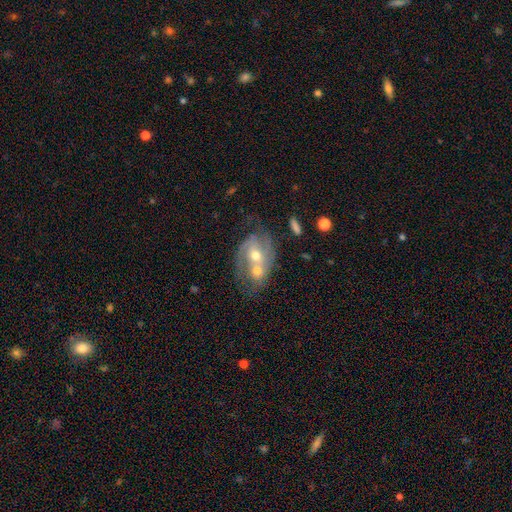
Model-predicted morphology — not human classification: Smooth or featured?
  - featured or disk: 74% *
  - smooth: 19%
  - star or artifact: 7%
Edge-on disk?
  - no: 96% *
  - yes: 4%
Bar?
  - no: 52% *
  - weak: 33%
  - strong: 14%
Spiral arms?
  - yes: 82% *
  - no: 18%
Spiral winding?
  - medium: 46% *
  - tight: 30%
  - loose: 24%
Spiral arm count?
  - 2: 70% *
  - can't tell: 14%
  - 1: 11%
  - 3: 3%
  - 4: 1%
  - more than 4: 1%
Bulge size?
  - moderate: 65% *
  - small: 28%
  - large: 4%
  - none: 2%
  - dominant: 1%
Merging?
  - merger: 51% *
  - none: 28%
  - minor disturbance: 11%
  - major disturbance: 9%